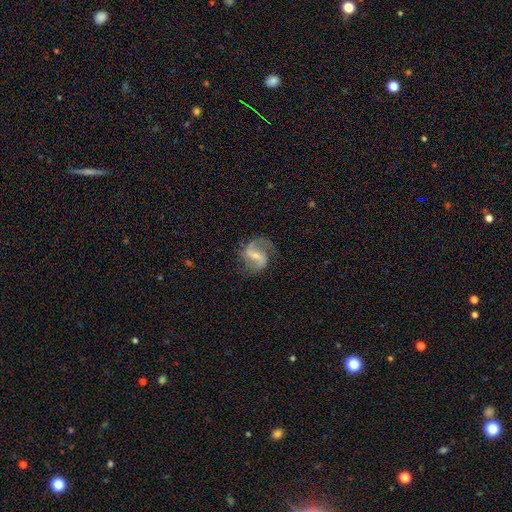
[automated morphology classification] Q: Smooth or featured?
A: featured or disk (85%); runner-up: smooth (9%)
Q: Edge-on disk?
A: no (98%); runner-up: yes (2%)
Q: Bar?
A: weak (47%); runner-up: strong (38%)
Q: Spiral arms?
A: yes (95%); runner-up: no (5%)
Q: Spiral winding?
A: loose (47%); runner-up: medium (43%)
Q: Spiral arm count?
A: 2 (89%); runner-up: 1 (4%)
Q: Bulge size?
A: small (57%); runner-up: moderate (32%)
Q: Merging?
A: none (71%); runner-up: minor disturbance (17%)